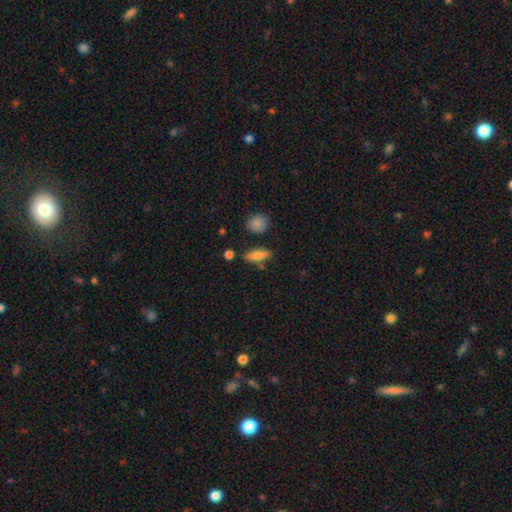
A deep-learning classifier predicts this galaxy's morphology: Smooth or featured?
  - smooth: 78% *
  - featured or disk: 15%
  - star or artifact: 8%
How rounded?
  - in between: 58% *
  - cigar-shaped: 38%
  - round: 4%
Merging?
  - none: 75% *
  - minor disturbance: 15%
  - merger: 6%
  - major disturbance: 4%